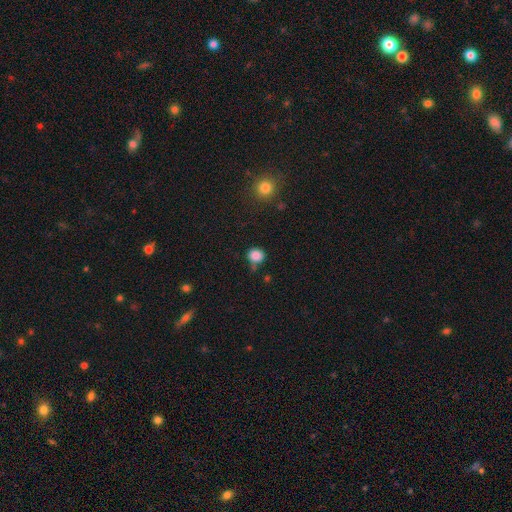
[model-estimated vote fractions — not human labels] Smooth or featured: smooth — 85% (star or artifact — 11%)
How rounded: round — 76% (in between — 23%)
Merging: none — 69% (minor disturbance — 18%)